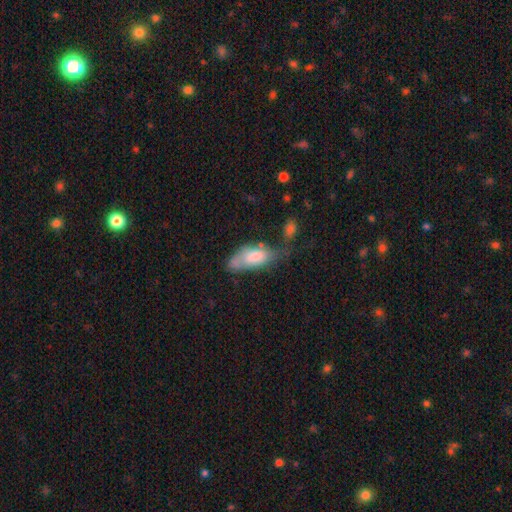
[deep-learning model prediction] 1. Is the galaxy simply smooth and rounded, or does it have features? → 71% smooth, 22% featured or disk, 7% star or artifact.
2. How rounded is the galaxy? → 86% in between, 12% cigar-shaped, 3% round.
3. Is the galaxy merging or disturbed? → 30% none, 29% minor disturbance, 21% major disturbance, 21% merger.